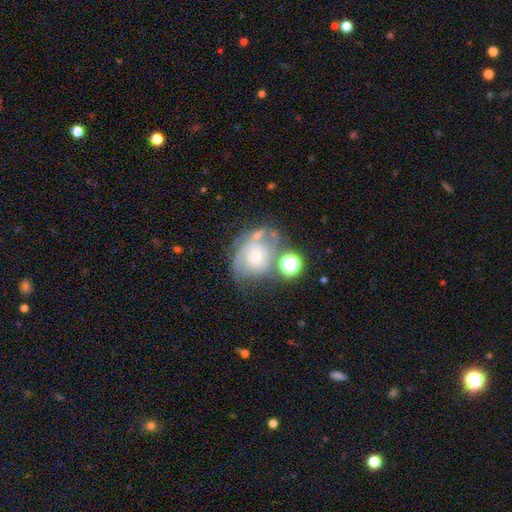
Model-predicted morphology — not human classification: A featured or disk galaxy (66%) with no bar (77%), spiral arms (78%) and a small central bulge (55%).

Vote fractions:
- Smooth or featured? featured or disk: 66% / smooth: 23% / star or artifact: 11%
- Edge-on disk? no: 97% / yes: 3%
- Bar? no: 77% / weak: 19% / strong: 4%
- Spiral arms? yes: 78% / no: 22%
- Bulge size? small: 55% / moderate: 33% / none: 5% / large: 5% / dominant: 2%
- Merging? none: 44% / minor disturbance: 22% / major disturbance: 19% / merger: 15%